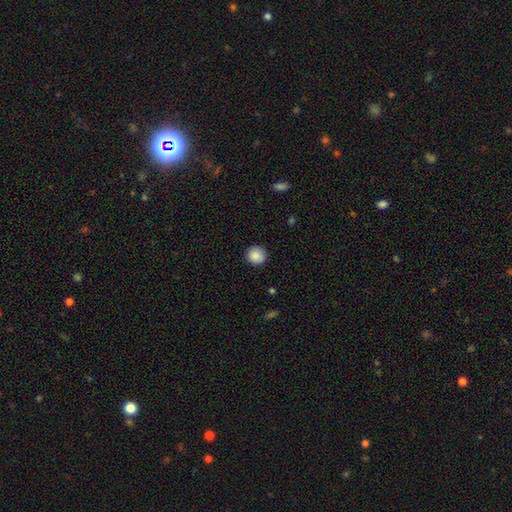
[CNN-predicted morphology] Overall: smooth (87%). How rounded: round (93%). Merging: none (90%).